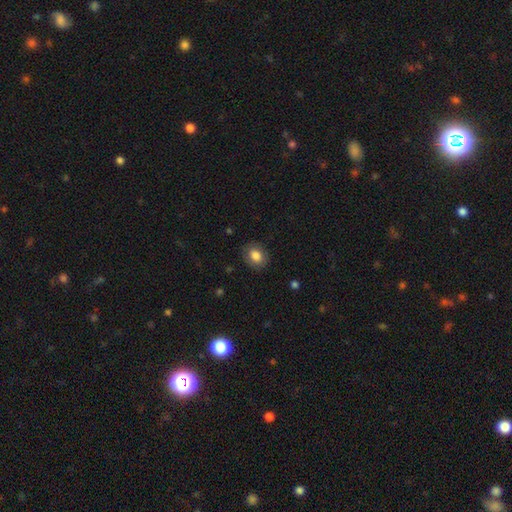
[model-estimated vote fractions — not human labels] The model was most divided on "how rounded": in between: 59%, round: 40%, cigar-shaped: 1%. More confident: merging — none (85%); smooth or featured — smooth (82%).